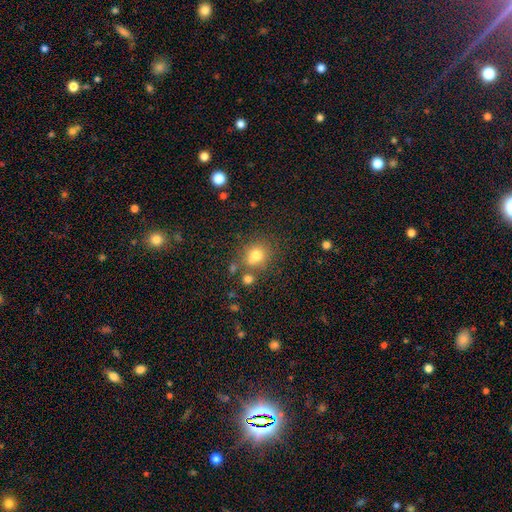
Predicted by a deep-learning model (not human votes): Overall: smooth (75%). How rounded: round (79%). Merging: none (65%).